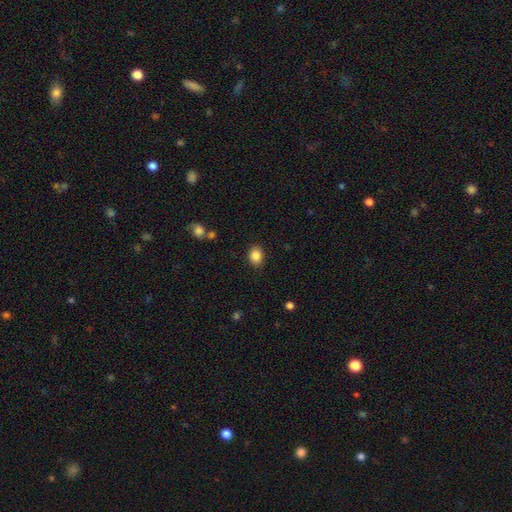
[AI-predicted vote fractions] Smooth or featured? Predicted: smooth (p=0.87). How rounded? Predicted: in between (p=0.60). Merging? Predicted: none (p=0.87).